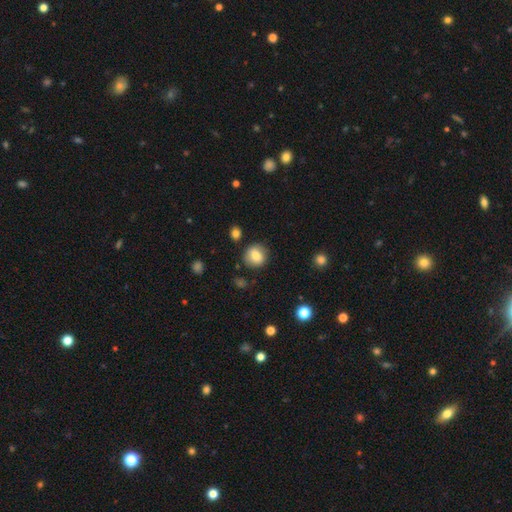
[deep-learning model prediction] smooth_or_featured: smooth (p=0.79) [alt: featured or disk p=0.11]
how_rounded: round (p=0.81) [alt: in between p=0.18]
merging: none (p=0.81) [alt: minor disturbance p=0.12]